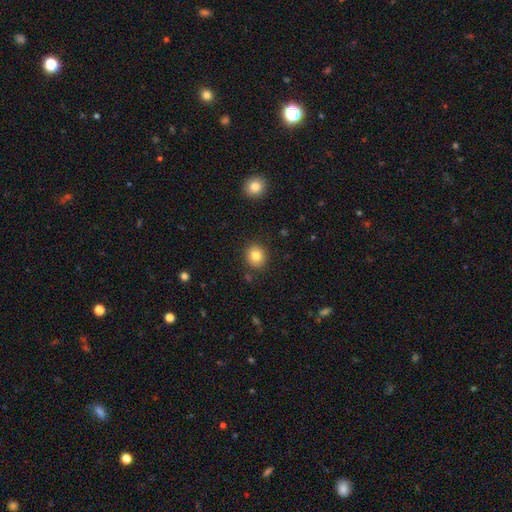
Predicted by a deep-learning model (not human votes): This appears to be a smooth galaxy with no disk features (82%) that is round (83%). Merging: none (88%).